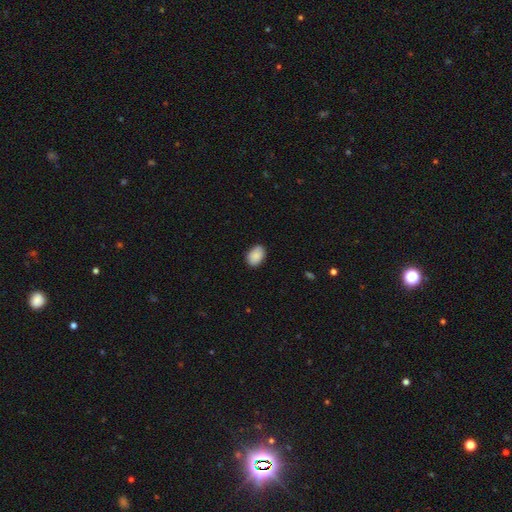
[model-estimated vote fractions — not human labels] smooth-or-featured: smooth: 90% | star or artifact: 7% | featured or disk: 4%
  how-rounded: in between: 87% | round: 12% | cigar-shaped: 1%
  merging: none: 86% | minor disturbance: 11% | major disturbance: 2% | merger: 1%